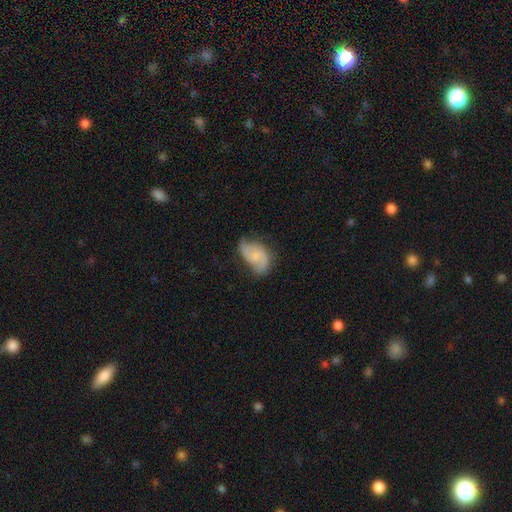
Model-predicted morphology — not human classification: featured or disk 62%, smooth 31%, star or artifact 7%. Down the decision tree: edge-on disk — no (97%); bar — no (62%); spiral arms — yes (90%); spiral arm count — 2 (84%); spiral winding — loose (44%); bulge size — small (51%); merging — none (55%).